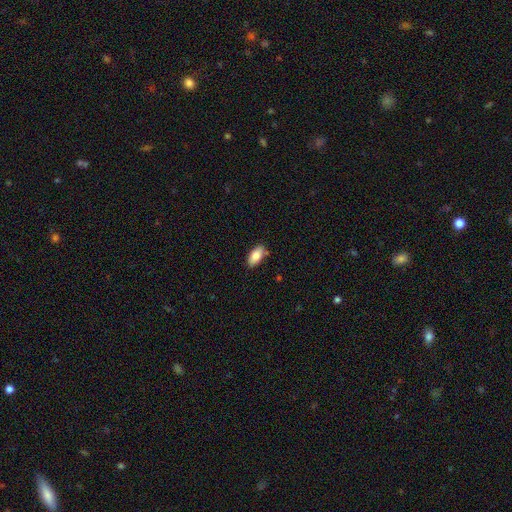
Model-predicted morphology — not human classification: This appears to be a smooth galaxy with no disk features (81%) that is in between round and cigar-shaped (90%). Merging: none (83%).